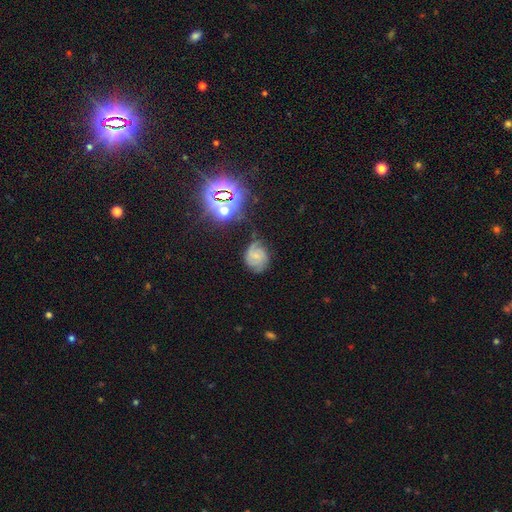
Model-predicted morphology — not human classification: smooth_or_featured: featured or disk (p=0.64) [alt: smooth p=0.24]
disk_edge_on: no (p=0.98) [alt: yes p=0.02]
bar: no (p=0.63) [alt: weak p=0.32]
has_spiral_arms: yes (p=0.92) [alt: no p=0.08]
spiral_winding: tight (p=0.46) [alt: medium p=0.41]
spiral_arm_count: 2 (p=0.44) [alt: 3 p=0.25]
bulge_size: small (p=0.62) [alt: moderate p=0.18]
merging: none (p=0.59) [alt: minor disturbance p=0.27]